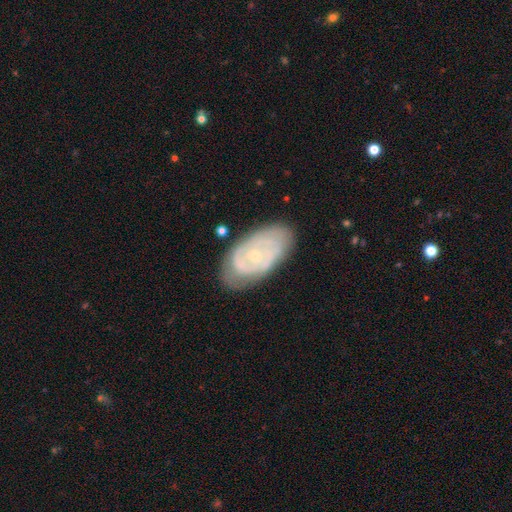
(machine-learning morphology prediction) A featured or disk galaxy (74%) with no bar (71%), tight (68%) spiral arms (80%) and a small central bulge (70%). Merging: none (69%).